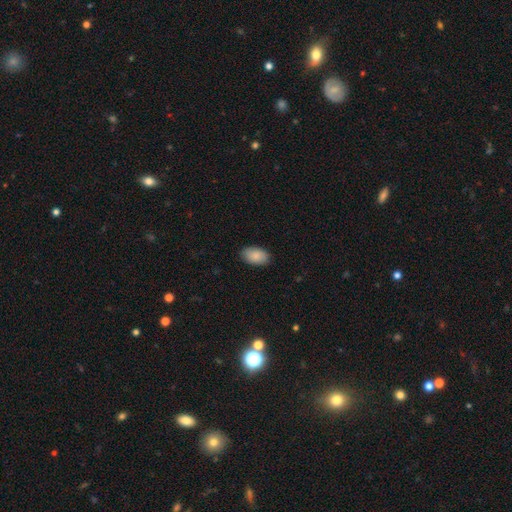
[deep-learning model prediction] Q: Smooth or featured?
A: smooth (89%); runner-up: star or artifact (6%)
Q: How rounded?
A: in between (94%); runner-up: round (5%)
Q: Merging?
A: none (87%); runner-up: minor disturbance (10%)